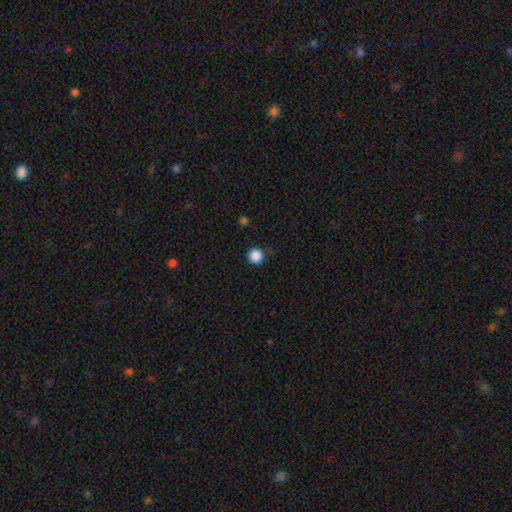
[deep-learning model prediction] A smooth galaxy with no disk features (87%) that is round (96%). Merging: none (90%).